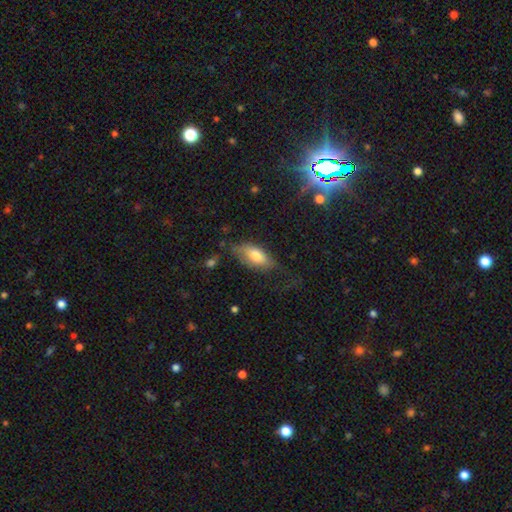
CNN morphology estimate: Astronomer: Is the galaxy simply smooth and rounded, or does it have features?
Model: smooth — 73%.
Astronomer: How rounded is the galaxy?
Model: in between — 88%.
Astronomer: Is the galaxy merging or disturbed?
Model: none — 51% (runner-up: minor disturbance, 29%).